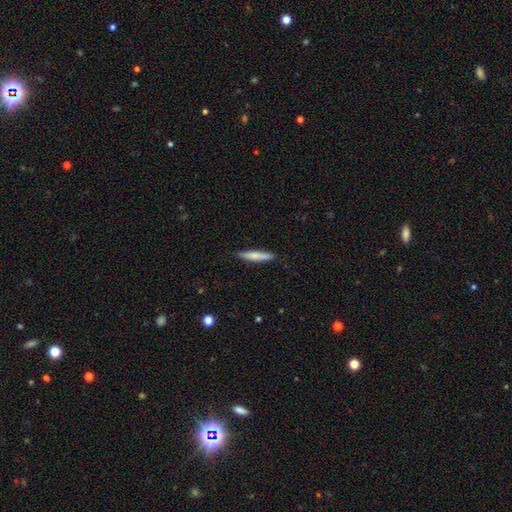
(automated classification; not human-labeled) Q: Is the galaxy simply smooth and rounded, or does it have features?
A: smooth — 73%.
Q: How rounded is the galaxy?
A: cigar-shaped — 90%.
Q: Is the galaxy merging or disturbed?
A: none — 89%.